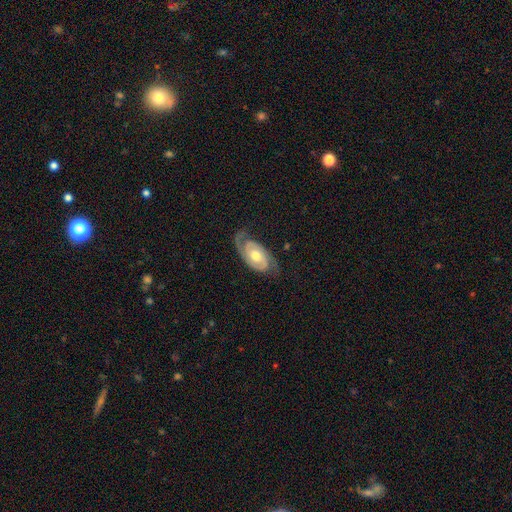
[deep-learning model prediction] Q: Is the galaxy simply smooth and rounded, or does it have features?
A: featured or disk — 87%.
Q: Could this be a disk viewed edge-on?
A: no — 96%.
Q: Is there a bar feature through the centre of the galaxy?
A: no — 66%.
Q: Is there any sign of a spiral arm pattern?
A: yes — 97%.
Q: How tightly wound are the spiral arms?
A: tight — 56%.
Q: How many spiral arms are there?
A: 2 — 87%.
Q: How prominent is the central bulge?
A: moderate — 75%.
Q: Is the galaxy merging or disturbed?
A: none — 73%.